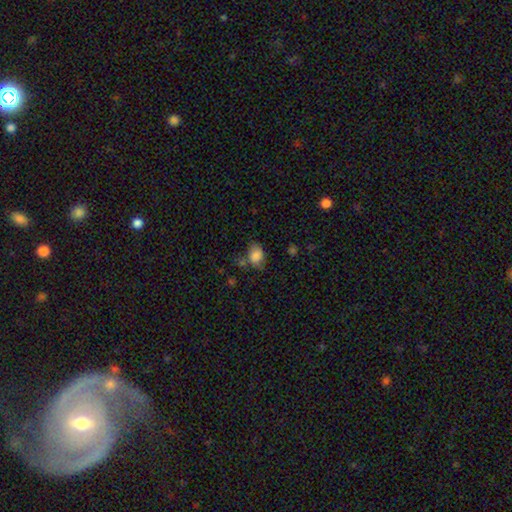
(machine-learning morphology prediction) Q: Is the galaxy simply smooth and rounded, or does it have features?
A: smooth — 82%.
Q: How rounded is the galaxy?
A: in between — 70%.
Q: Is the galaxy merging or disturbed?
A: none — 46%.